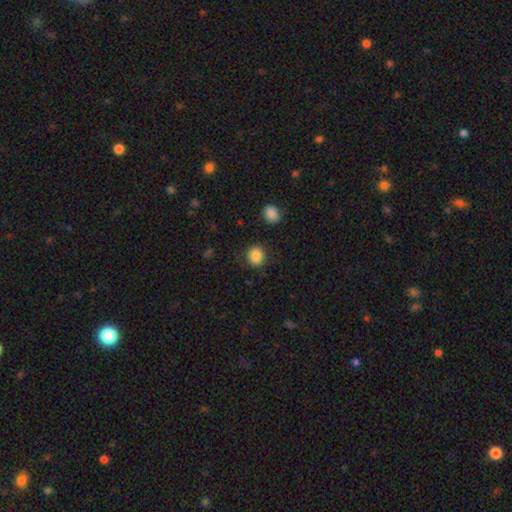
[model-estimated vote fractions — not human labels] A smooth galaxy with no disk features (86%) that is round (74%).

Vote fractions:
- Smooth or featured? smooth: 86% / star or artifact: 10% / featured or disk: 4%
- How rounded? round: 74% / in between: 25% / cigar-shaped: 1%
- Merging? none: 85% / minor disturbance: 9% / major disturbance: 3% / merger: 2%